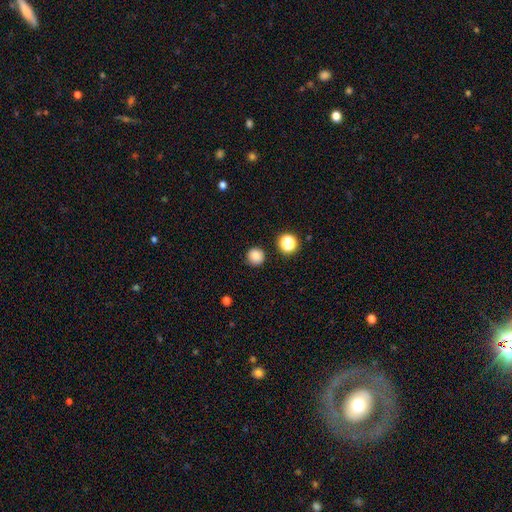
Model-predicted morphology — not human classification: smooth-or-featured: smooth: 83% | star or artifact: 13% | featured or disk: 4%
  how-rounded: round: 94% | in between: 5% | cigar-shaped: 1%
  merging: none: 89% | minor disturbance: 7% | major disturbance: 2% | merger: 2%